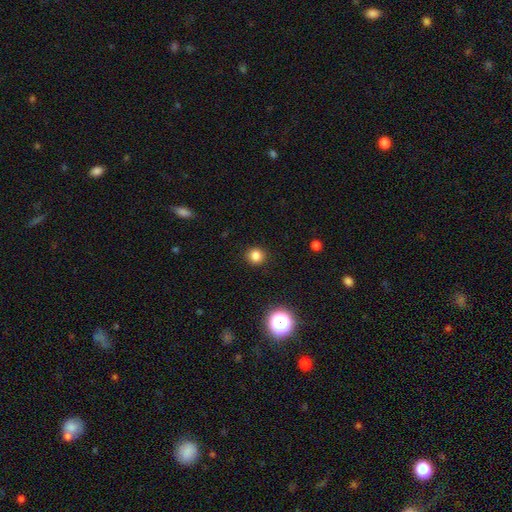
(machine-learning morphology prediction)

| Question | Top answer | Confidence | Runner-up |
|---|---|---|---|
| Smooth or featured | smooth | 82% | star or artifact (14%) |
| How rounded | round | 91% | in between (8%) |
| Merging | none | 92% | minor disturbance (5%) |